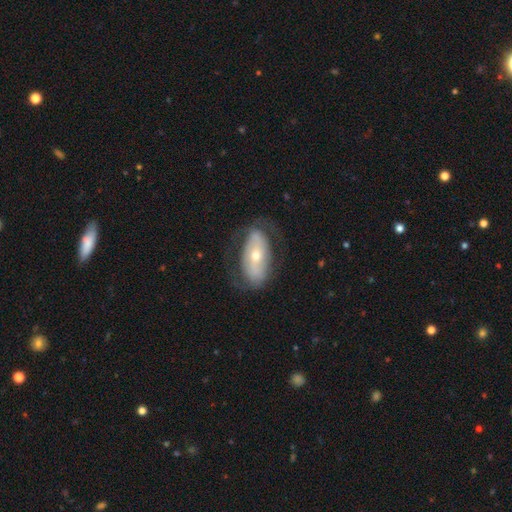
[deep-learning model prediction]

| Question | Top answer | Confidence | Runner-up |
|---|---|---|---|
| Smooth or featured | featured or disk | 60% | smooth (33%) |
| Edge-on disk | no | 88% | yes (12%) |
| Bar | no | 55% | strong (23%) |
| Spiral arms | yes | 53% | no (47%) |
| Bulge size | small | 51% | moderate (44%) |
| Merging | none | 67% | minor disturbance (19%) |